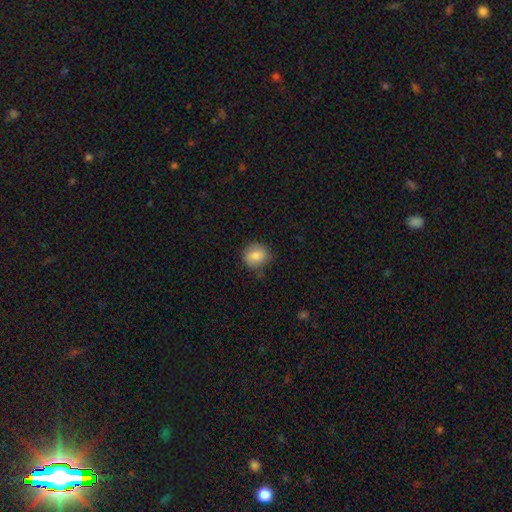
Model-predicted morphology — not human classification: This is clearly a smooth galaxy (84%). How rounded: likely round (72%). Merging: likely none (76%).